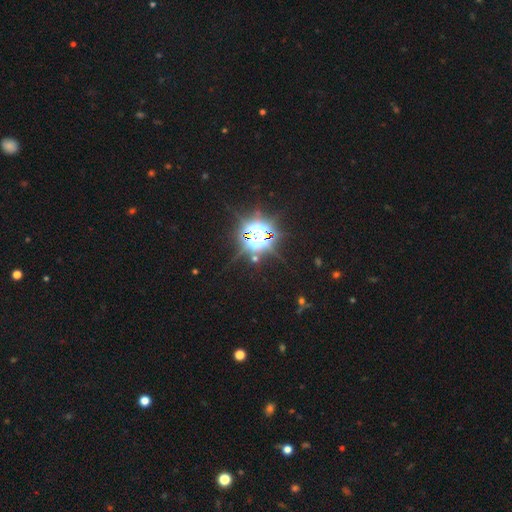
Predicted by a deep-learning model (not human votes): star or artifact 82%, smooth 10%, featured or disk 8%.